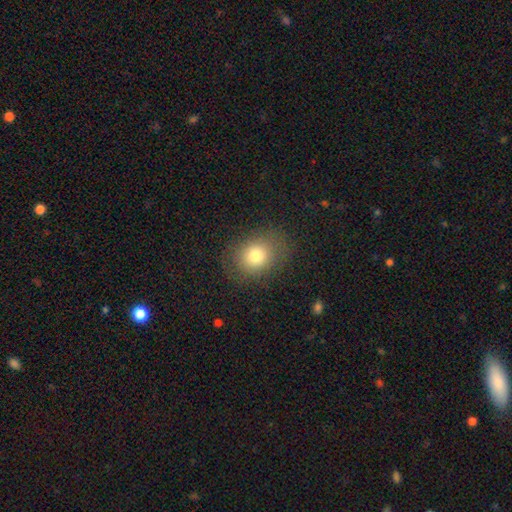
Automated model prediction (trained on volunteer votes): The model was most divided on "how rounded": round: 52%, in between: 47%, cigar-shaped: 1%. More confident: merging — none (81%); smooth or featured — smooth (77%).